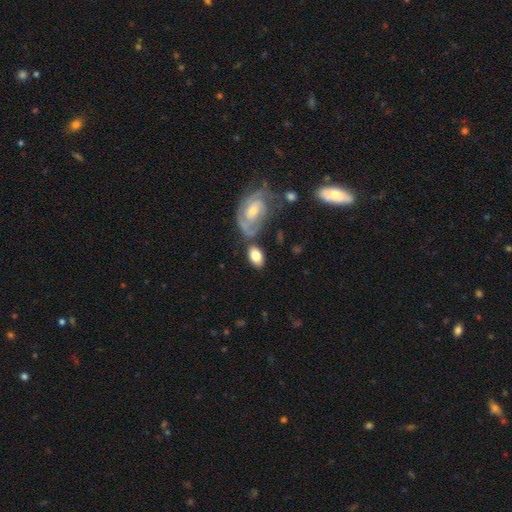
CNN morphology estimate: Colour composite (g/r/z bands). It shows a smooth galaxy with no disk features (69%) that is in between round and cigar-shaped (89%). Merging: none (57%).